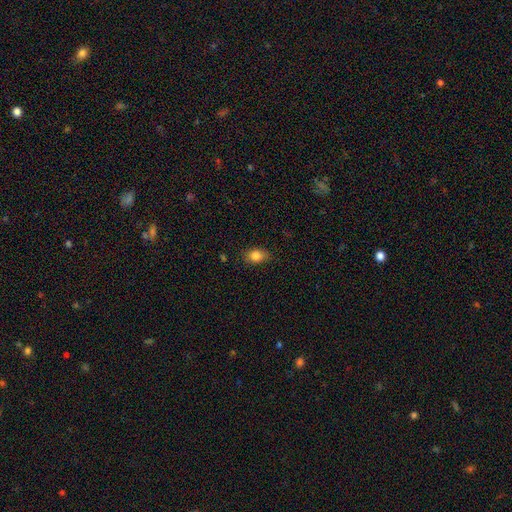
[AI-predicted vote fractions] Smooth or featured? smooth (83%)
How rounded? in between (72%)
Merging? none (81%)